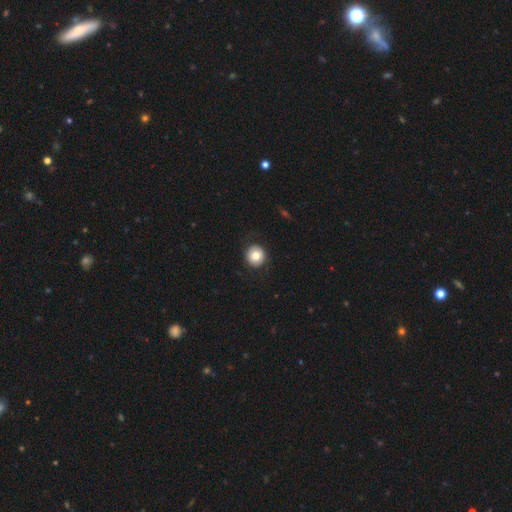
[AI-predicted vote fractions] Overall: smooth (77%). How rounded: round (93%). Merging: none (88%).